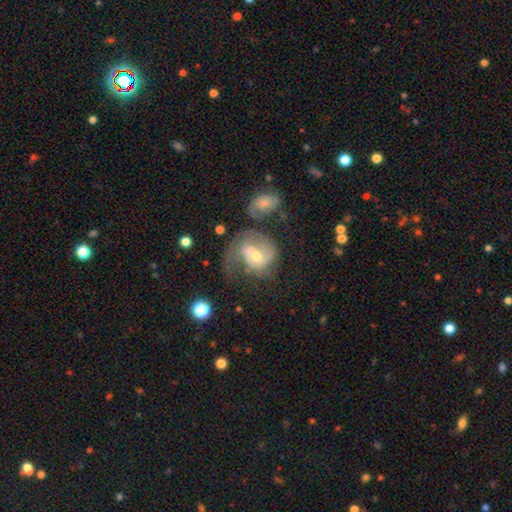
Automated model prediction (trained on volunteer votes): The model was most divided on "merging": major disturbance: 30%, none: 27%, merger: 26%, minor disturbance: 17%. Remaining: edge-on disk — no (97%); spiral arms — yes (79%); smooth or featured — featured or disk (67%); bulge size — moderate (55%); bar — no (54%); spiral arm count — 2 (44%); spiral winding — medium (42%).